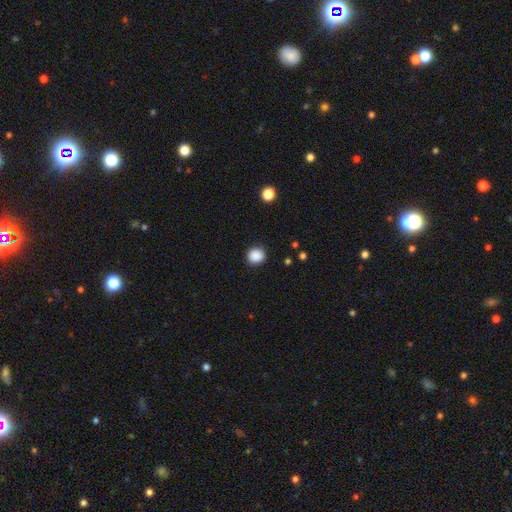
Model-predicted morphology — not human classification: The model was most divided on "smooth or featured": smooth: 88%, star or artifact: 10%, featured or disk: 2%. More confident: merging — none (90%); how rounded — round (90%).